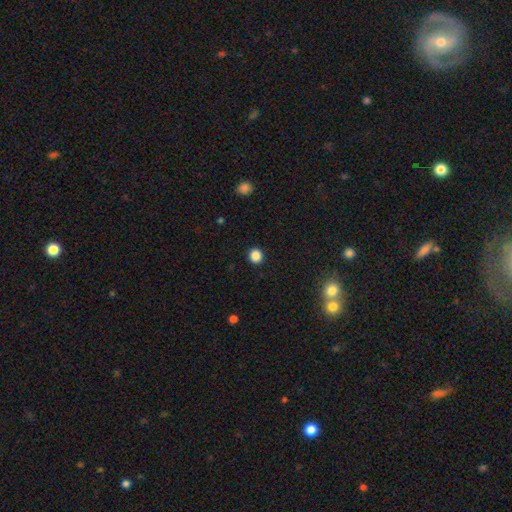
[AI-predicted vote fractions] This is clearly a smooth galaxy (86%). How rounded: clearly round (91%). Merging: clearly none (92%).